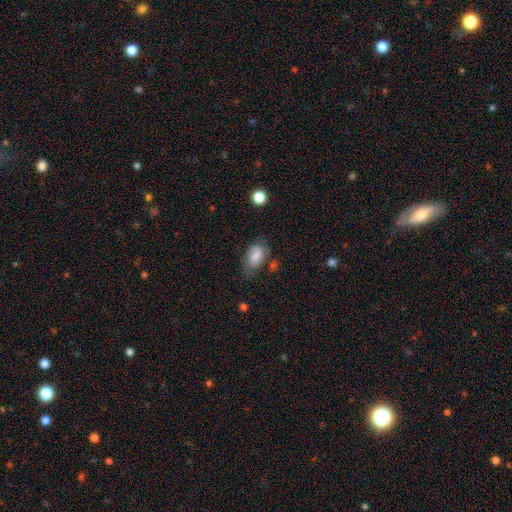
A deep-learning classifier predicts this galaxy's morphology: This appears to be a smooth galaxy with no disk features (67%) that is in between round and cigar-shaped (86%). Merging: none (53%).